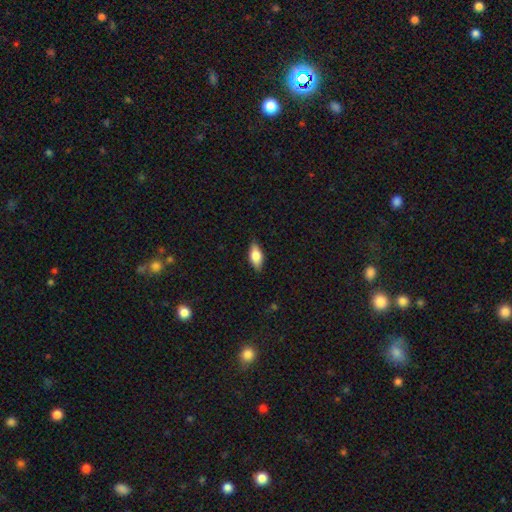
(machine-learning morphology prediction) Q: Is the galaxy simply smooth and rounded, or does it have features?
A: smooth — 70%.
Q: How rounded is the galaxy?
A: in between — 83%.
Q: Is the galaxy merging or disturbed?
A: none — 84%.